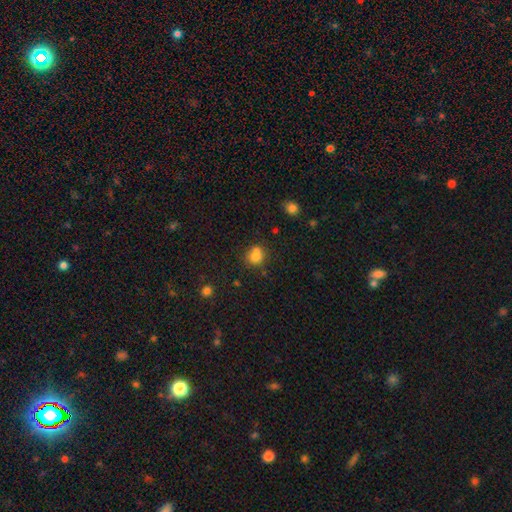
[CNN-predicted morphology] Q: Smooth or featured?
A: smooth (76%); runner-up: star or artifact (13%)
Q: How rounded?
A: round (70%); runner-up: in between (29%)
Q: Merging?
A: none (49%); runner-up: merger (29%)